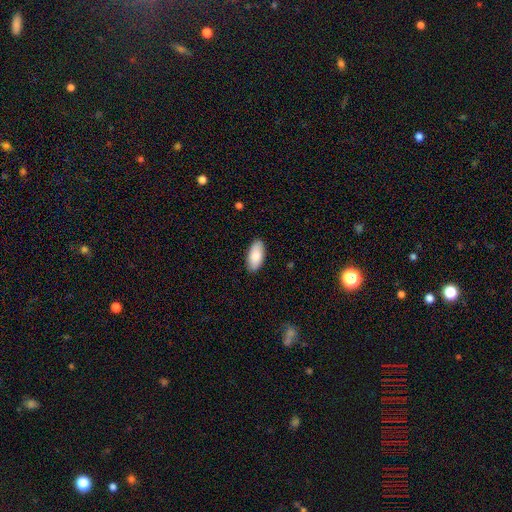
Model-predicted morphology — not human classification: Smooth or featured: smooth — 86% (featured or disk — 9%)
How rounded: in between — 91% (cigar-shaped — 7%)
Merging: none — 88% (minor disturbance — 9%)